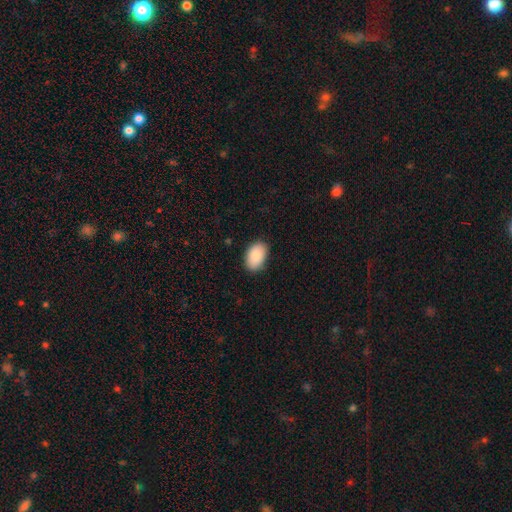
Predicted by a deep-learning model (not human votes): Q: Smooth or featured?
A: smooth (90%); runner-up: star or artifact (6%)
Q: How rounded?
A: in between (92%); runner-up: round (7%)
Q: Merging?
A: none (86%); runner-up: minor disturbance (11%)